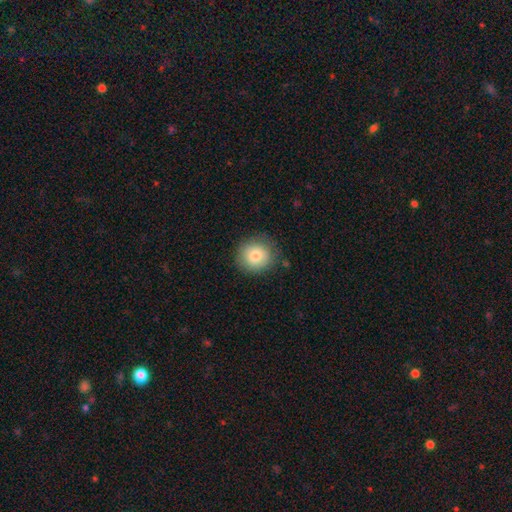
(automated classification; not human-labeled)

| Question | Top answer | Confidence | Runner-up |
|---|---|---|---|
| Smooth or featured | smooth | 80% | featured or disk (11%) |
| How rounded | round | 89% | in between (10%) |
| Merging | none | 83% | minor disturbance (12%) |